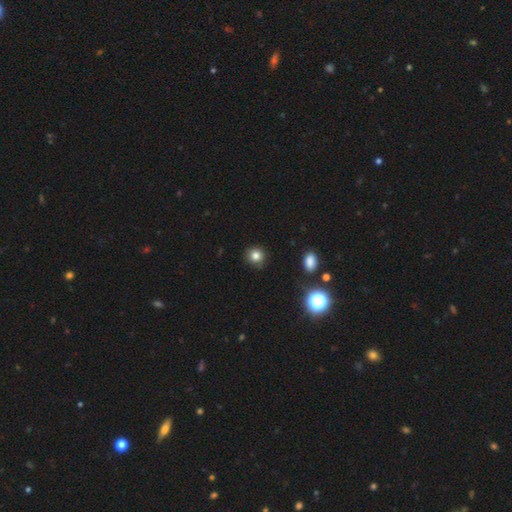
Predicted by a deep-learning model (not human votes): The model was most divided on "smooth or featured": smooth: 81%, star or artifact: 13%, featured or disk: 6%. More confident: how rounded — round (89%); merging — none (87%).